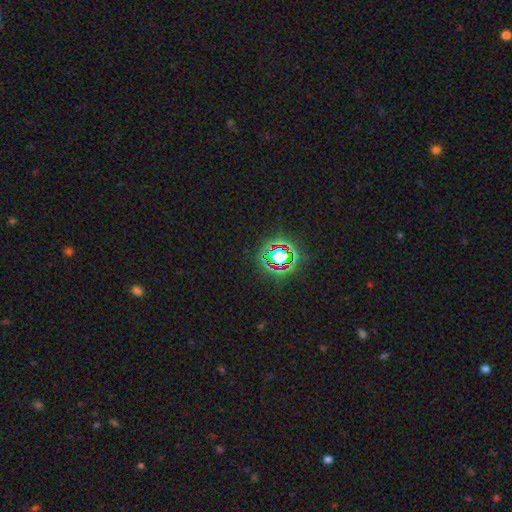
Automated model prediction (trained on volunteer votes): Smooth or featured: star or artifact — 80% (smooth — 12%)